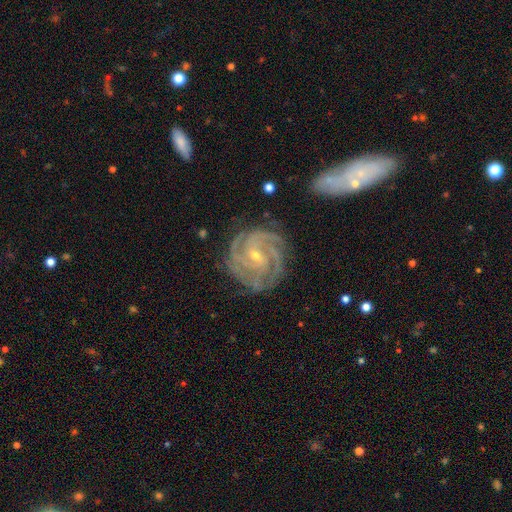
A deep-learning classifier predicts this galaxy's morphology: smooth_or_featured: featured or disk (p=0.91) [alt: star or artifact p=0.05]
disk_edge_on: no (p=0.98) [alt: yes p=0.02]
bar: no (p=0.45) [alt: weak p=0.39]
has_spiral_arms: yes (p=0.98) [alt: no p=0.02]
spiral_winding: tight (p=0.73) [alt: medium p=0.24]
spiral_arm_count: 4 (p=0.38) [alt: 3 p=0.29]
bulge_size: small (p=0.74) [alt: moderate p=0.23]
merging: none (p=0.79) [alt: minor disturbance p=0.15]